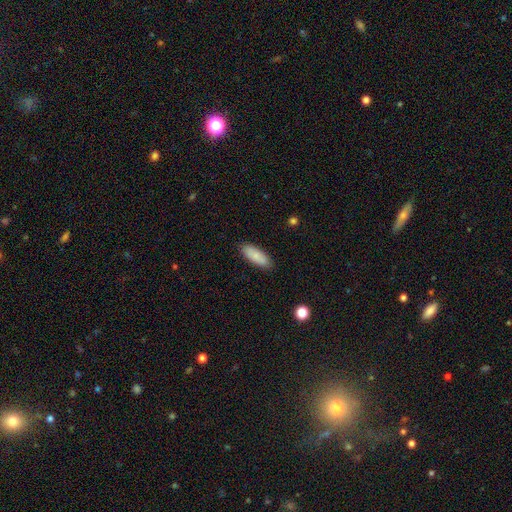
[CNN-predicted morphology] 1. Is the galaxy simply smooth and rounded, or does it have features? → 85% smooth, 9% featured or disk, 6% star or artifact.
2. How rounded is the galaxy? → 72% in between, 27% cigar-shaped, 2% round.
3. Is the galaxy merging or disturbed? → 88% none, 9% minor disturbance, 2% major disturbance, 1% merger.